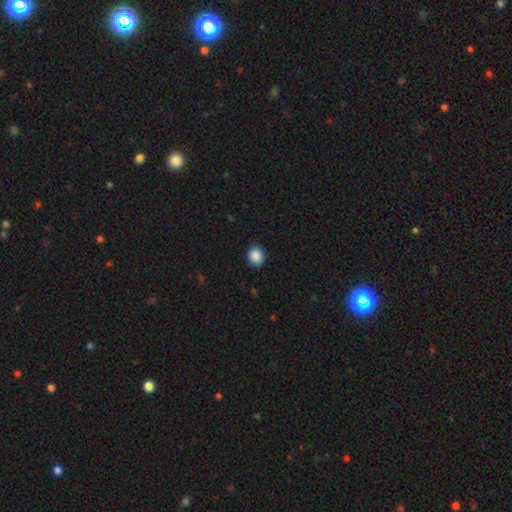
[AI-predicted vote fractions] Q: Smooth or featured?
A: smooth (88%); runner-up: star or artifact (9%)
Q: How rounded?
A: round (69%); runner-up: in between (30%)
Q: Merging?
A: none (89%); runner-up: minor disturbance (8%)